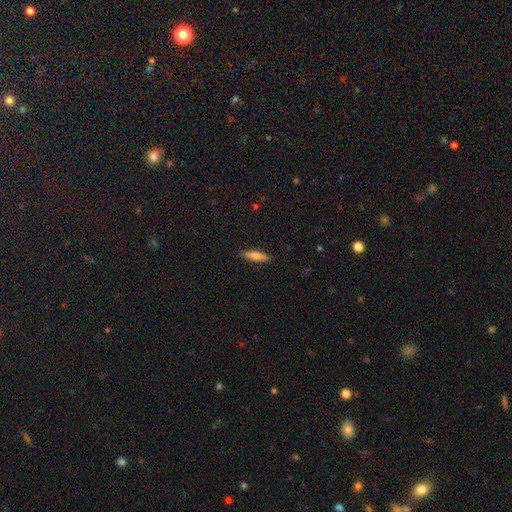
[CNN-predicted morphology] smooth-or-featured: smooth: 65% | featured or disk: 29% | star or artifact: 6%
  how-rounded: cigar-shaped: 74% | in between: 24% | round: 2%
  merging: none: 89% | minor disturbance: 9% | major disturbance: 2% | merger: 1%